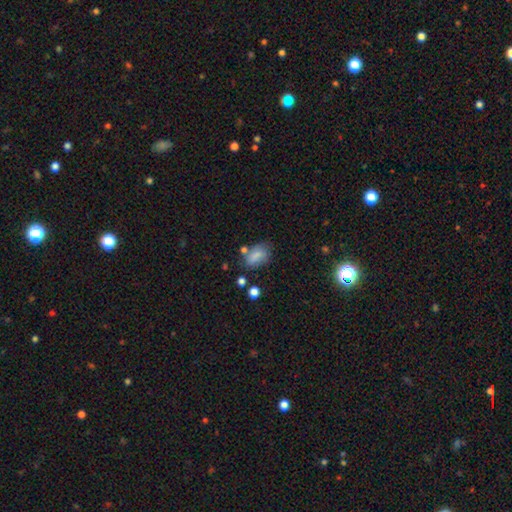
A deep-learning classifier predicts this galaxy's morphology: type=smooth (79%); roundness=in between (87%); merging=none (55%).